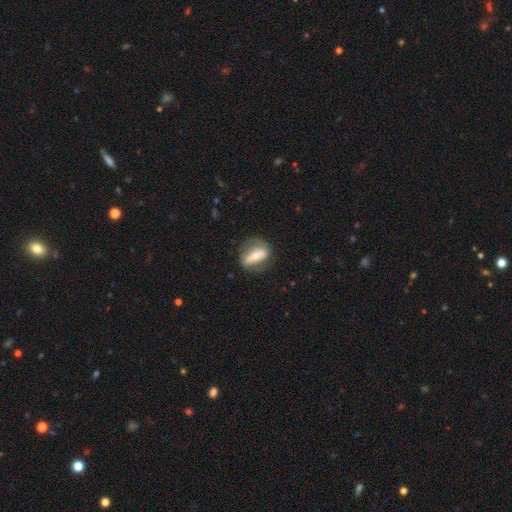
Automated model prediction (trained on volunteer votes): Morphology: type=featured or disk (57%); edge-on=no (79%); merging=none (71%).